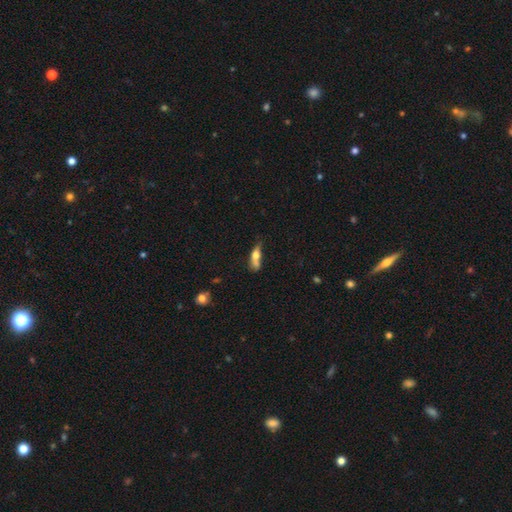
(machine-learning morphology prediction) Smooth or featured? smooth (59%)
How rounded? in between (49%)
Merging? none (35%)